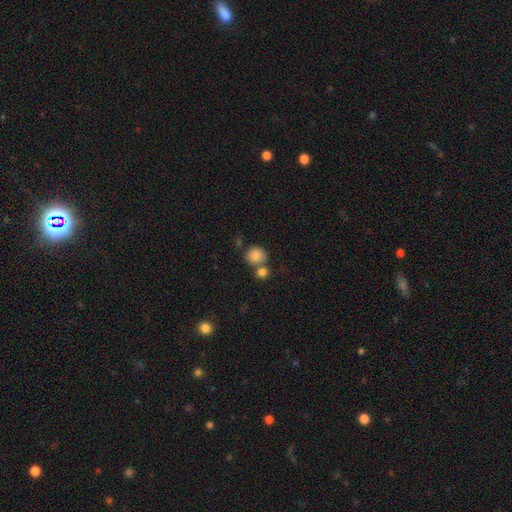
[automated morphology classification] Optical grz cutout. It shows a smooth galaxy with no disk features (85%) that is round (80%). Merging: none (55%).